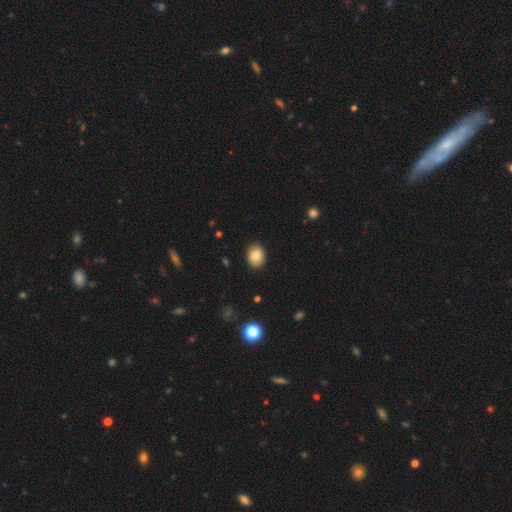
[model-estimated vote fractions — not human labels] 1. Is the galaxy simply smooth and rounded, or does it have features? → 82% smooth, 9% featured or disk, 9% star or artifact.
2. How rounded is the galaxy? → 65% in between, 34% round, 1% cigar-shaped.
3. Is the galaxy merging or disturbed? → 88% none, 9% minor disturbance, 2% major disturbance, 1% merger.